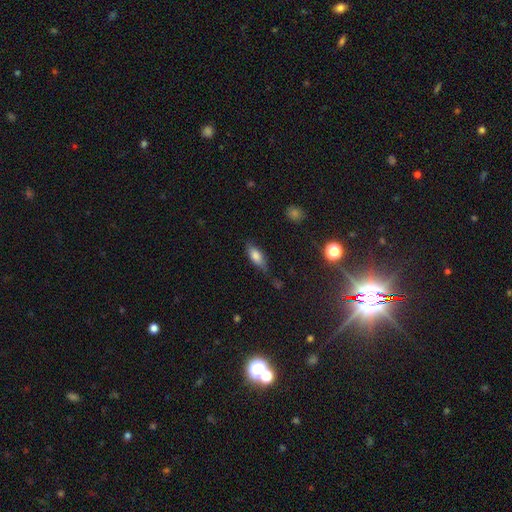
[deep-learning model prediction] smooth-or-featured: smooth: 74% | featured or disk: 17% | star or artifact: 8%
  how-rounded: in between: 73% | cigar-shaped: 24% | round: 3%
  merging: none: 63% | minor disturbance: 27% | major disturbance: 7% | merger: 3%